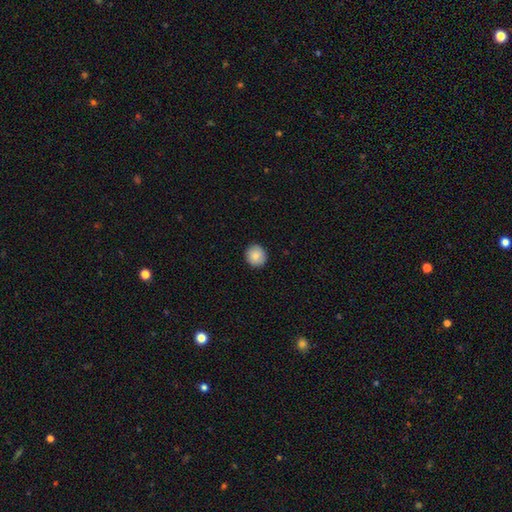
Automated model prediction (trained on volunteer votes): This appears to be a smooth galaxy with no disk features (85%) that is round (93%). Merging: none (91%).